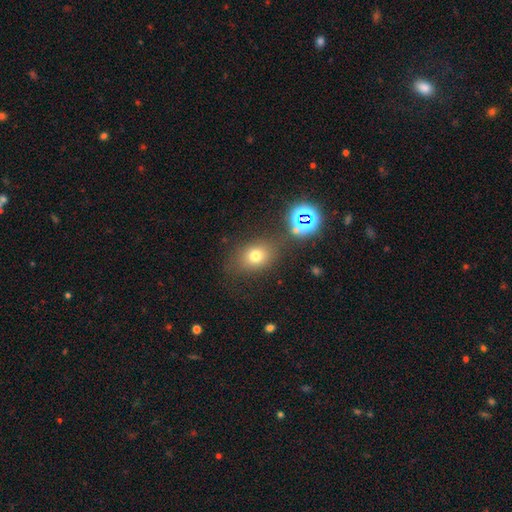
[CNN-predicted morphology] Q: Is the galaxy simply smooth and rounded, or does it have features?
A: smooth — 70%.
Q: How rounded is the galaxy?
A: in between — 50%.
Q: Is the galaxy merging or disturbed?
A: none — 73%.